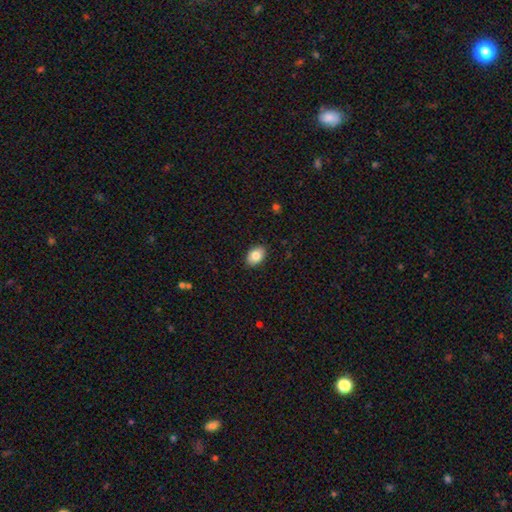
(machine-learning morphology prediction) Smooth or featured: smooth — 83% (featured or disk — 9%)
How rounded: in between — 81% (round — 18%)
Merging: none — 89% (minor disturbance — 8%)